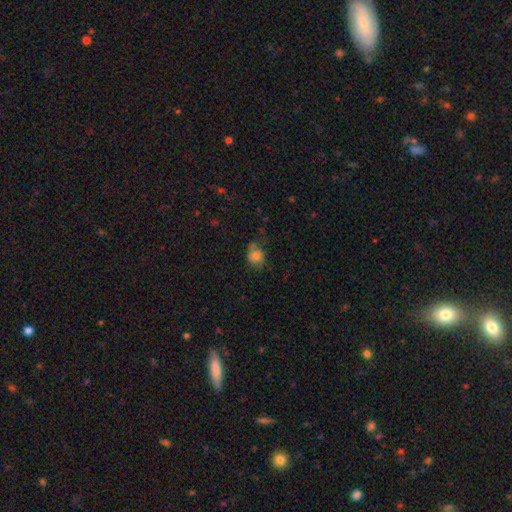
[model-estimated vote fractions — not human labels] A smooth galaxy with no disk features (71%) that is round (58%). Merging: none (50%).